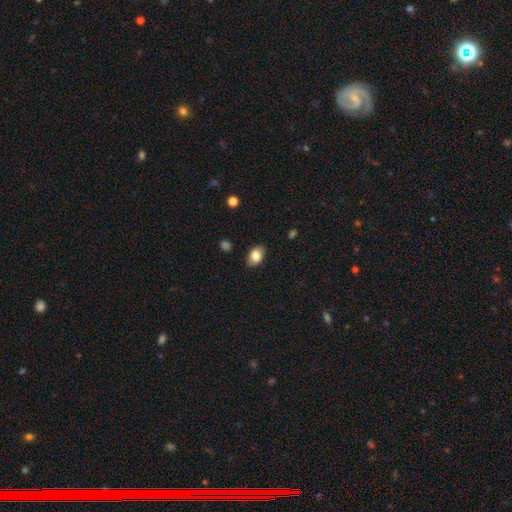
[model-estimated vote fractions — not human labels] The model was most divided on "smooth or featured": smooth: 81%, featured or disk: 11%, star or artifact: 8%. More confident: how rounded — in between (87%); merging — none (85%).